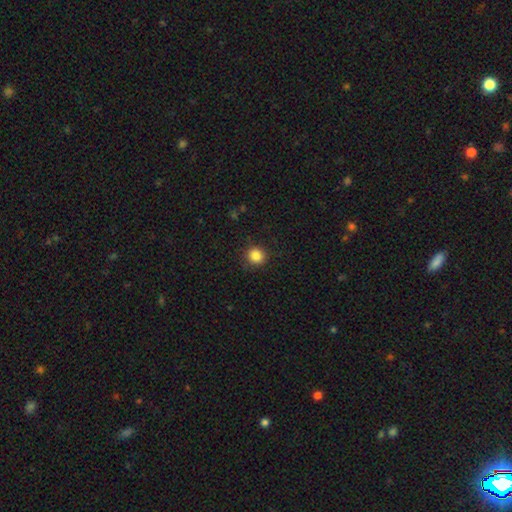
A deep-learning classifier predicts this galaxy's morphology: type=smooth (85%); roundness=round (90%); merging=none (88%).